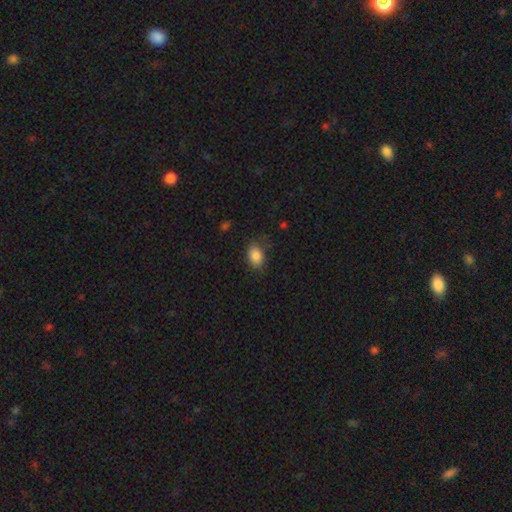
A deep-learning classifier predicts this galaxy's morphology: This appears to be a smooth galaxy with no disk features (87%) that is in between round and cigar-shaped (78%). Merging: none (75%).